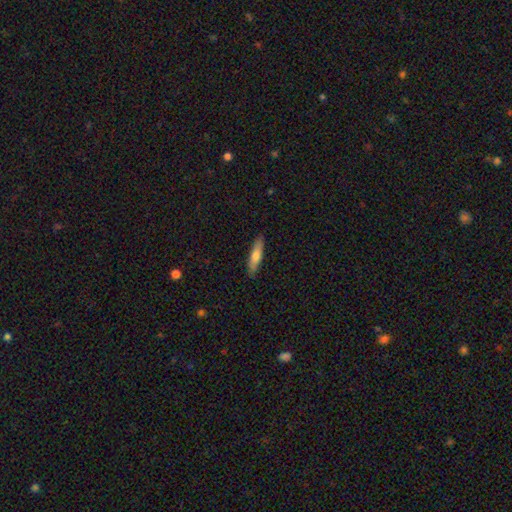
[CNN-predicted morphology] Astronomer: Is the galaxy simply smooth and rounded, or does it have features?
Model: smooth — 66%.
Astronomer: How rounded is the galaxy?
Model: cigar-shaped — 82%.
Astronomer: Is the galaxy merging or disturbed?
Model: none — 89%.